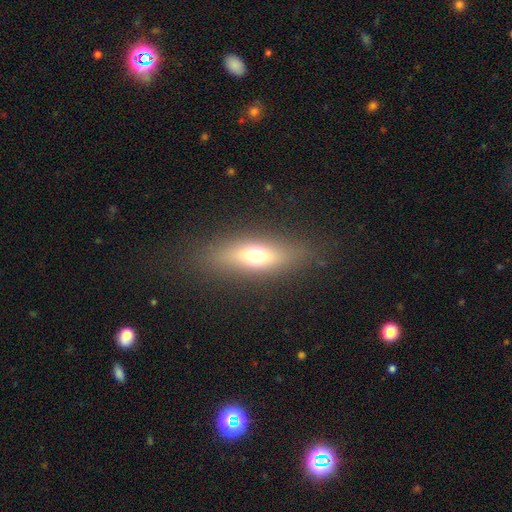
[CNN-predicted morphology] This appears to be a smooth galaxy with no disk features (57%) that is in between round and cigar-shaped (53%). Merging: none (84%).